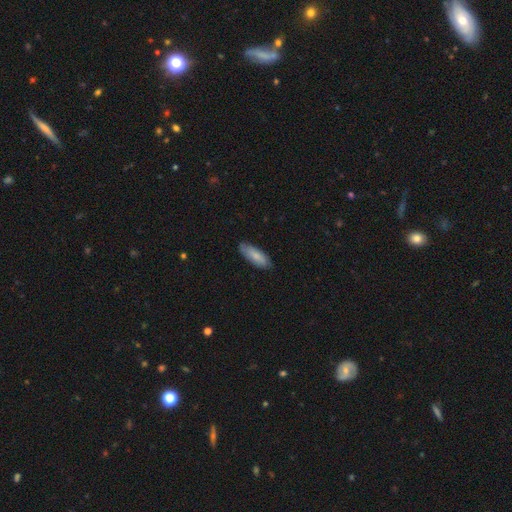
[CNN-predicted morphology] This is likely a smooth galaxy (79%). How rounded: likely in between (65%). Merging: clearly none (80%).